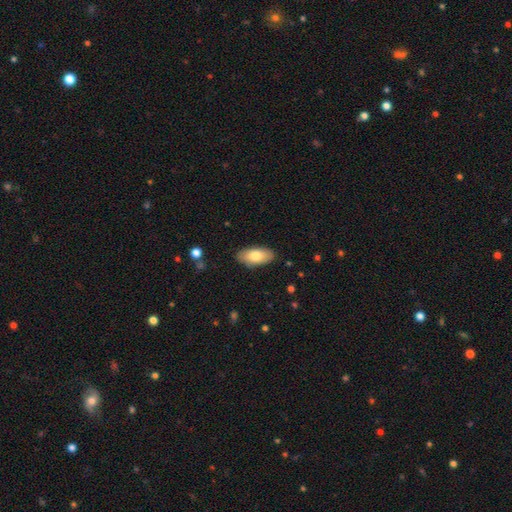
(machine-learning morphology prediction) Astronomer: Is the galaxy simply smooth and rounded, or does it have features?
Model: smooth — 78%.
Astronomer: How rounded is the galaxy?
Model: in between — 91%.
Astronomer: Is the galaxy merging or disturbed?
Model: none — 87%.